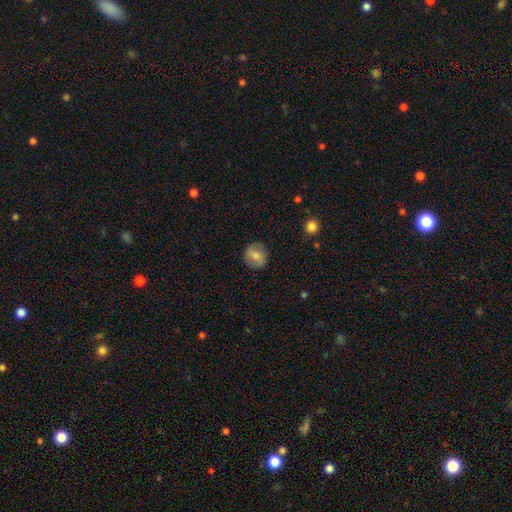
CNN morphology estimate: Q: Smooth or featured?
A: smooth (73%); runner-up: featured or disk (19%)
Q: How rounded?
A: round (85%); runner-up: in between (14%)
Q: Merging?
A: none (83%); runner-up: minor disturbance (12%)